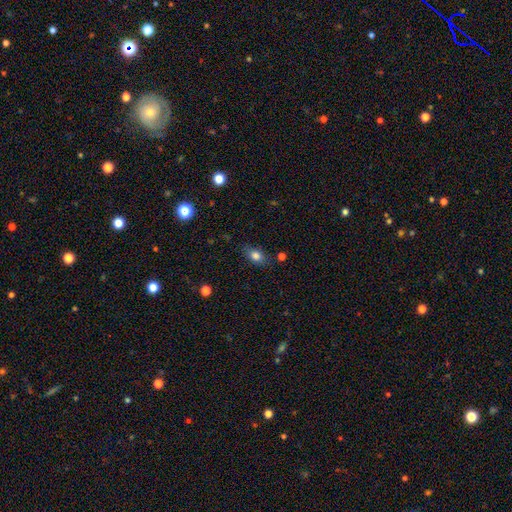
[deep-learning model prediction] Smooth or featured? Predicted: smooth (p=0.81). How rounded? Predicted: in between (p=0.77). Merging? Predicted: none (p=0.80).